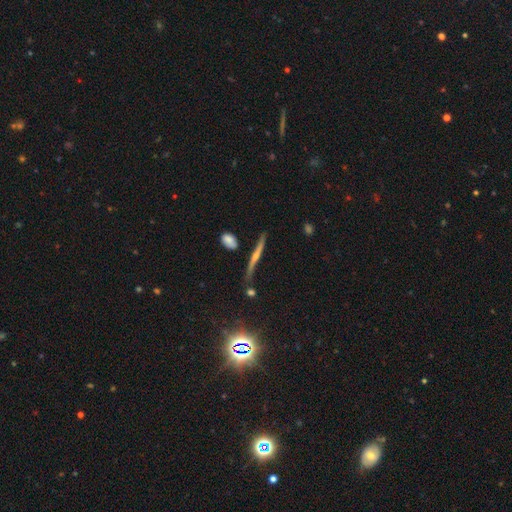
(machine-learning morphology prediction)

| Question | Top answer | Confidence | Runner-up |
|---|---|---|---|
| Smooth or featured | featured or disk | 65% | star or artifact (18%) |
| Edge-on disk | yes | 93% | no (7%) |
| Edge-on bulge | rounded | 68% | none (21%) |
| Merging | none | 77% | minor disturbance (13%) |